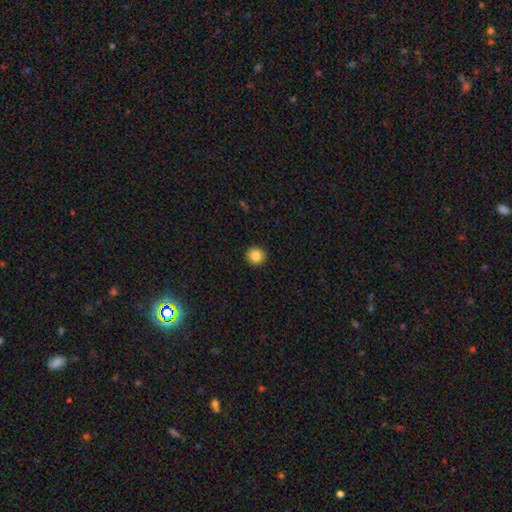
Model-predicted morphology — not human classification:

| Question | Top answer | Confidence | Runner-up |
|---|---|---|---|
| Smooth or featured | smooth | 85% | star or artifact (10%) |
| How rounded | round | 91% | in between (8%) |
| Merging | none | 93% | minor disturbance (5%) |